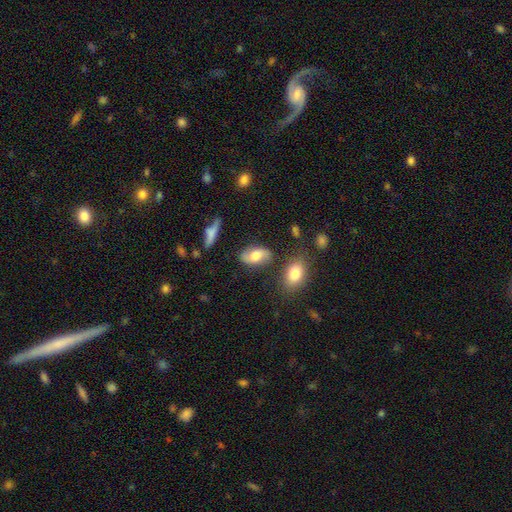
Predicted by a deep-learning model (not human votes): Morphology: type=smooth (53%); roundness=in between (88%); merging=none (76%).